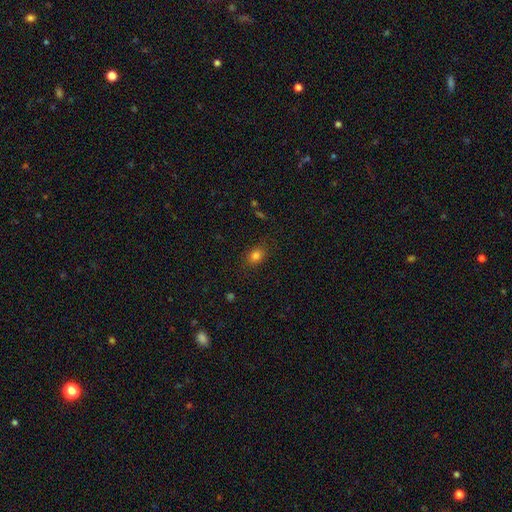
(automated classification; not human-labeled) Q: Smooth or featured?
A: smooth (80%); runner-up: star or artifact (13%)
Q: How rounded?
A: in between (58%); runner-up: round (40%)
Q: Merging?
A: none (82%); runner-up: minor disturbance (13%)